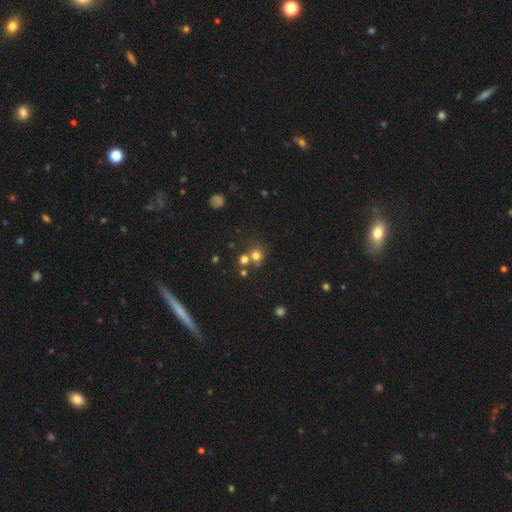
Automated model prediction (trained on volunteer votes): This is likely a smooth galaxy (71%). How rounded: clearly round (87%). Merging: possibly none (56%).